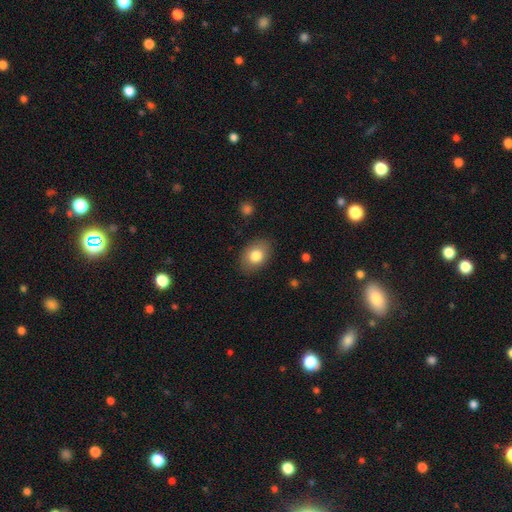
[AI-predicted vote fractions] Q: Smooth or featured?
A: smooth (81%); runner-up: featured or disk (11%)
Q: How rounded?
A: in between (76%); runner-up: round (23%)
Q: Merging?
A: none (83%); runner-up: minor disturbance (12%)